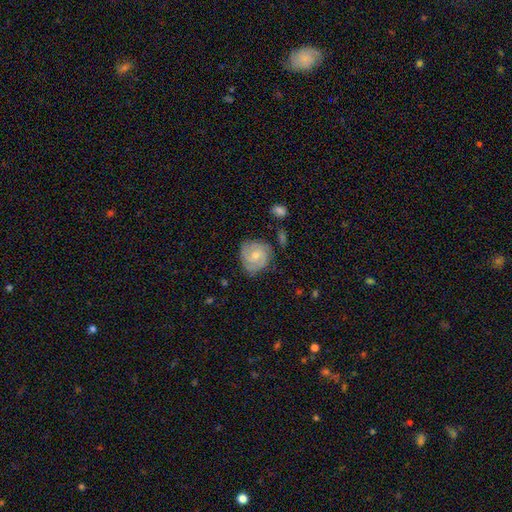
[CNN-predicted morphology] type=featured or disk (70%); edge-on=no (98%); bar=no (66%); spiral arms=yes (93%); winding=tight (56%); arm count=2 (34%); bulge=moderate (48%, tied with small); merging=none (69%).